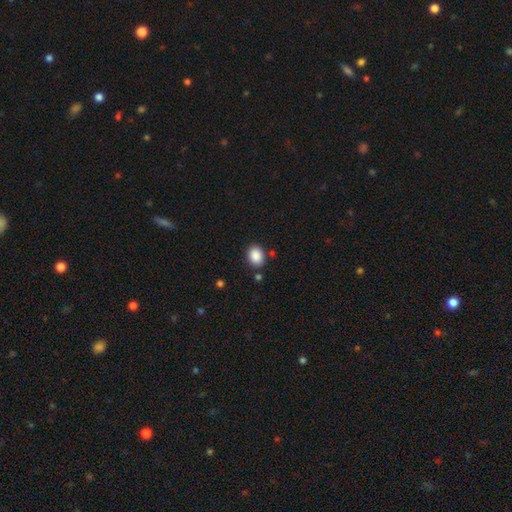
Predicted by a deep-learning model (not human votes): Smooth or featured? Predicted: smooth (p=0.88). How rounded? Predicted: in between (p=0.58). Merging? Predicted: none (p=0.81).